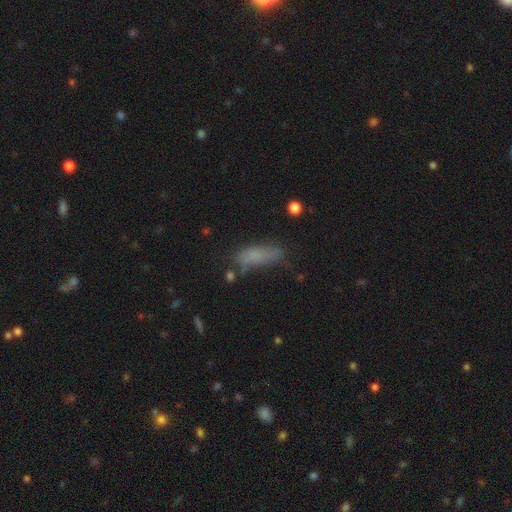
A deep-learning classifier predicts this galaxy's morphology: This appears to be a smooth galaxy with no disk features (72%) that is in between round and cigar-shaped (52%). Merging: none (54%).